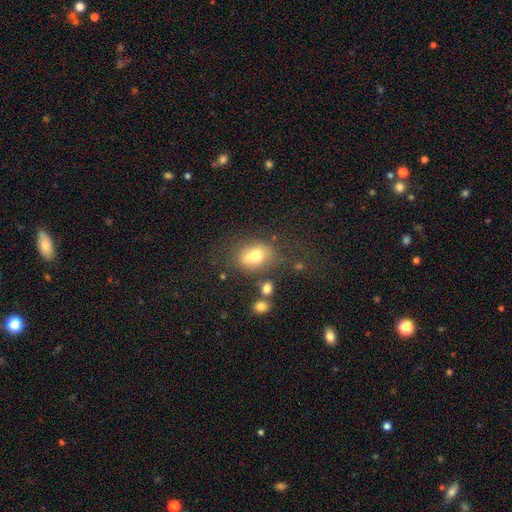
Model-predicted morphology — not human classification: smooth 70%, featured or disk 19%, star or artifact 11%. Down the decision tree: how rounded — in between (62%); merging — none (53%).